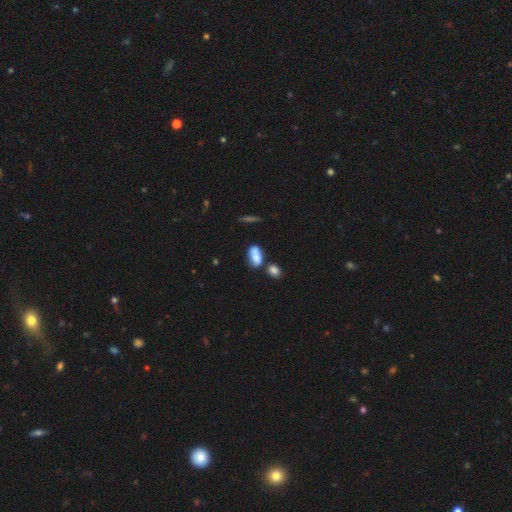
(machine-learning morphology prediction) A smooth galaxy with no disk features (79%) that is in between round and cigar-shaped (86%). Merging: none (45%).